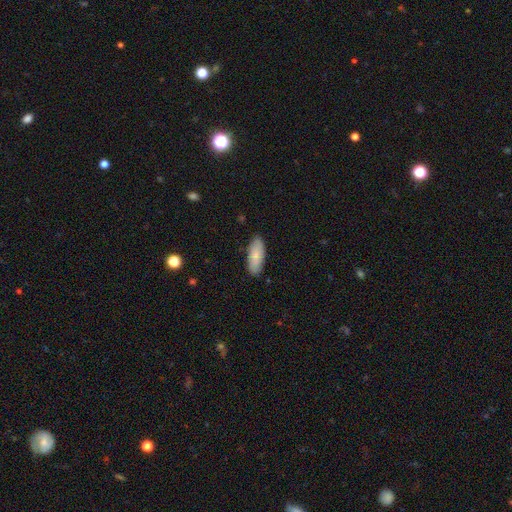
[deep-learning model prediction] Overall: smooth (83%). How rounded: in between (79%). Merging: none (86%).